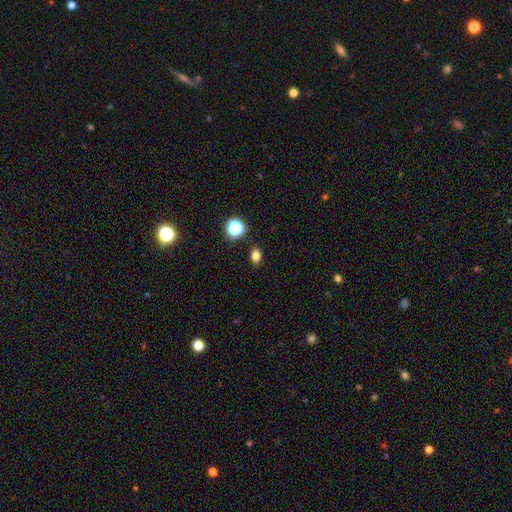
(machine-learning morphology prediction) This is likely a smooth galaxy (79%). How rounded: likely in between (65%). Merging: clearly none (87%).